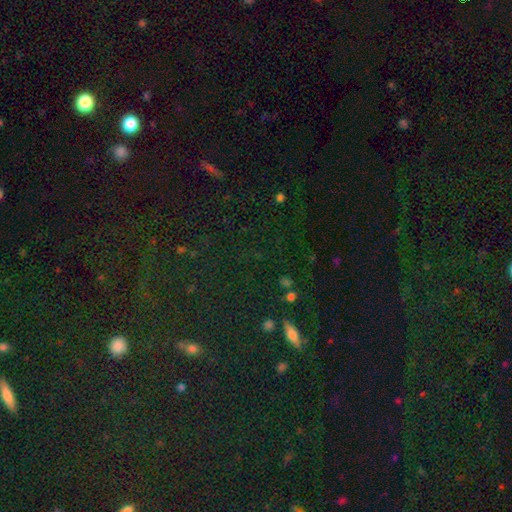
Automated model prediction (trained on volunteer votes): Morphology: type=star or artifact (70%).